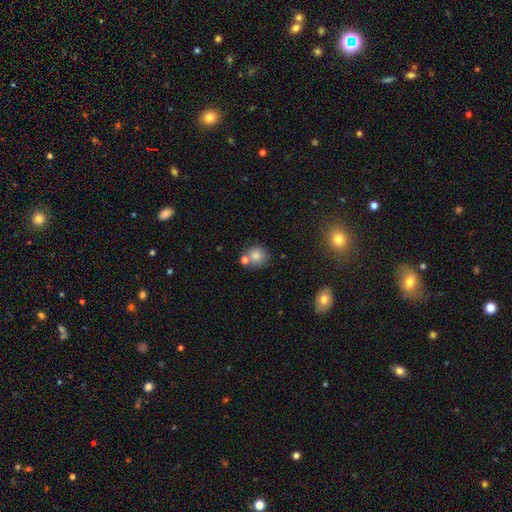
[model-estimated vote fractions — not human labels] Smooth or featured? Predicted: smooth (p=0.79). How rounded? Predicted: round (p=0.85). Merging? Predicted: none (p=0.61).